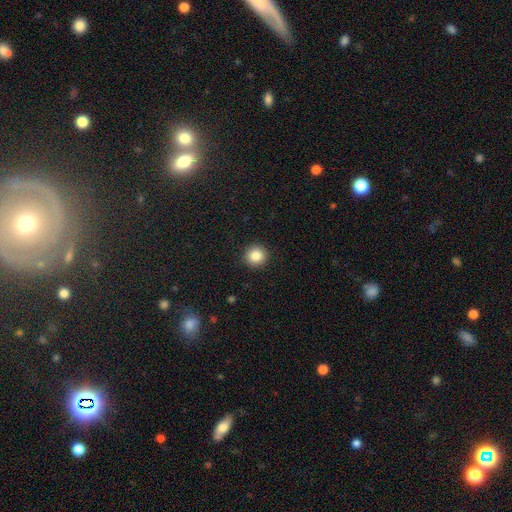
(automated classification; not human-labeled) A smooth galaxy with no disk features (85%) that is round (93%).

Vote fractions:
- Smooth or featured? smooth: 85% / star or artifact: 10% / featured or disk: 5%
- How rounded? round: 93% / in between: 6% / cigar-shaped: 1%
- Merging? none: 92% / minor disturbance: 5% / major disturbance: 2% / merger: 1%